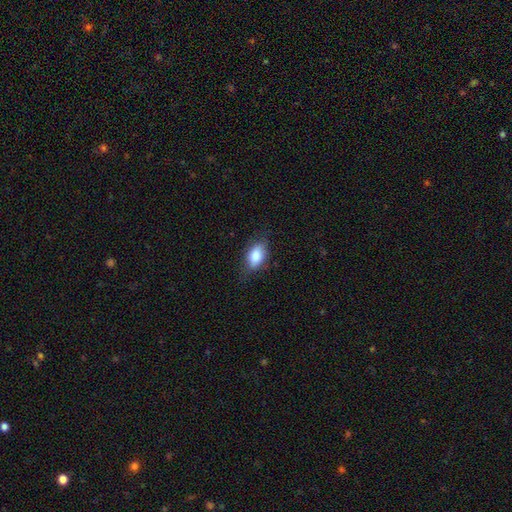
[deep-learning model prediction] The model was most divided on "merging": none: 73%, minor disturbance: 21%, major disturbance: 5%, merger: 1%. More confident: how rounded — in between (87%); smooth or featured — smooth (78%).